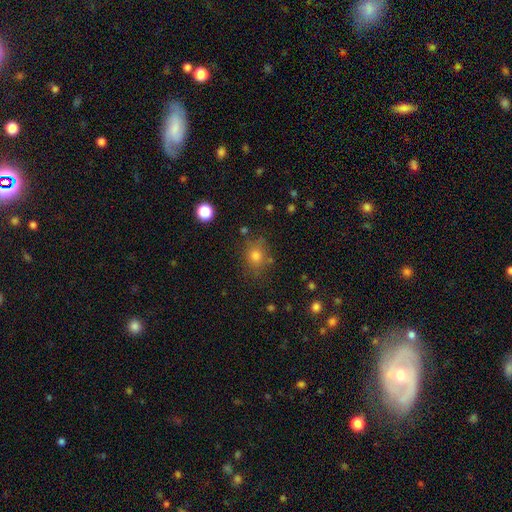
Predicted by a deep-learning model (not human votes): Morphology: type=smooth (75%); roundness=round (69%); merging=none (78%).